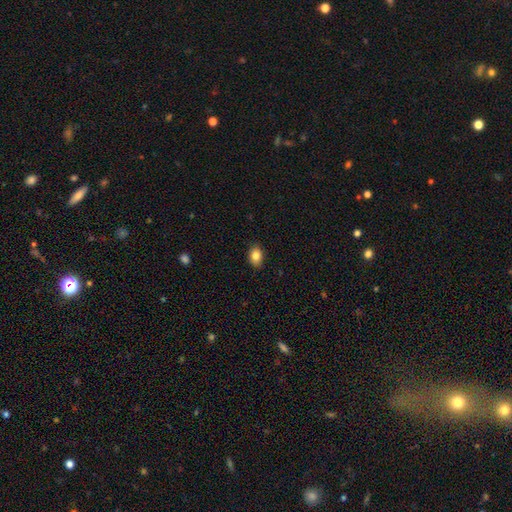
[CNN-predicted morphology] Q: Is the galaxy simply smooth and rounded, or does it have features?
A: smooth — 83%.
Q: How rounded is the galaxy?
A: in between — 74%.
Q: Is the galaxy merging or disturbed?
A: none — 87%.